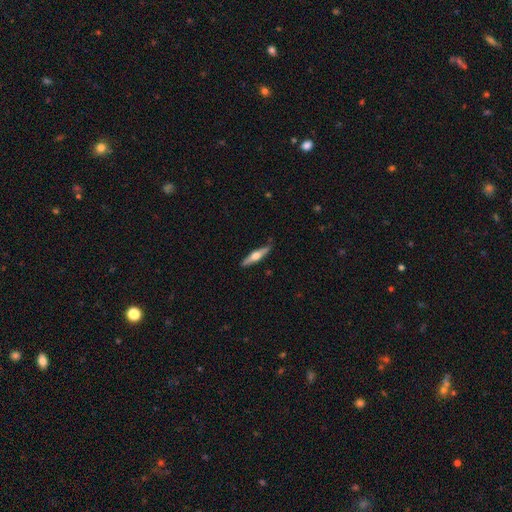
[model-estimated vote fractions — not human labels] Smooth or featured? featured or disk (62%)
Edge-on disk? yes (96%)
Edge-on bulge? rounded (92%)
Merging? none (87%)